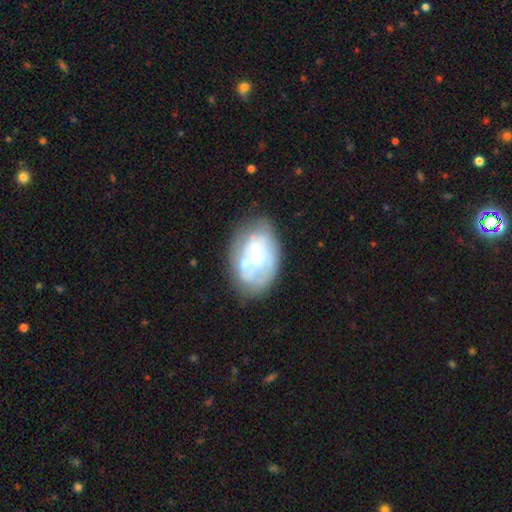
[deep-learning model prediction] Smooth or featured?
  - featured or disk: 55% *
  - smooth: 37%
  - star or artifact: 9%
Edge-on disk?
  - no: 97% *
  - yes: 3%
Bar?
  - no: 81% *
  - weak: 15%
  - strong: 4%
Spiral arms?
  - no: 67% *
  - yes: 33%
Bulge size?
  - small: 56% *
  - moderate: 24%
  - none: 14%
  - large: 4%
  - dominant: 2%
Merging?
  - none: 53% *
  - minor disturbance: 25%
  - major disturbance: 14%
  - merger: 8%